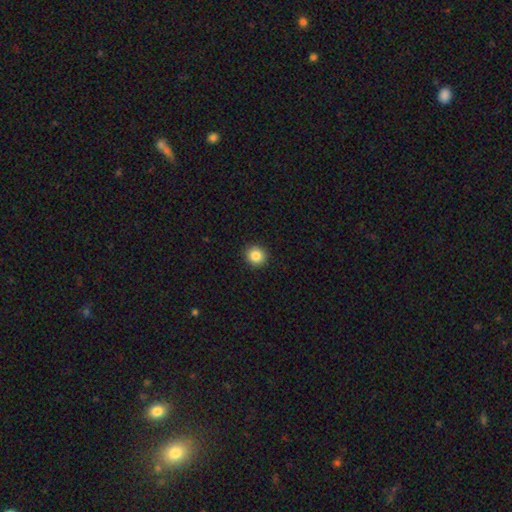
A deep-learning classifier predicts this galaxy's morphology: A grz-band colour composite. It shows a smooth galaxy with no disk features (86%) that is round (91%). Merging: none (93%).